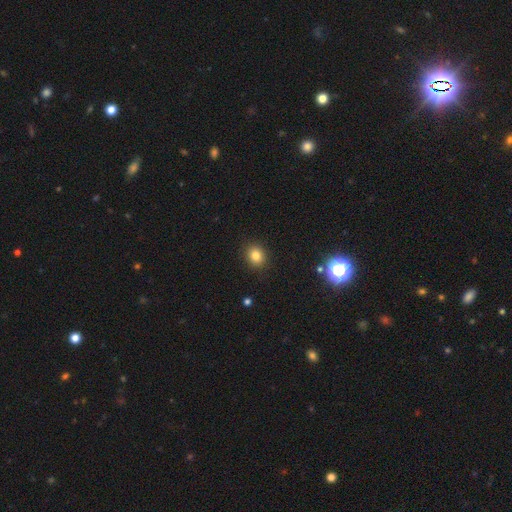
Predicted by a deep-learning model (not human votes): The model was most divided on "how rounded": round: 69%, in between: 30%, cigar-shaped: 1%. More confident: merging — none (90%); smooth or featured — smooth (82%).